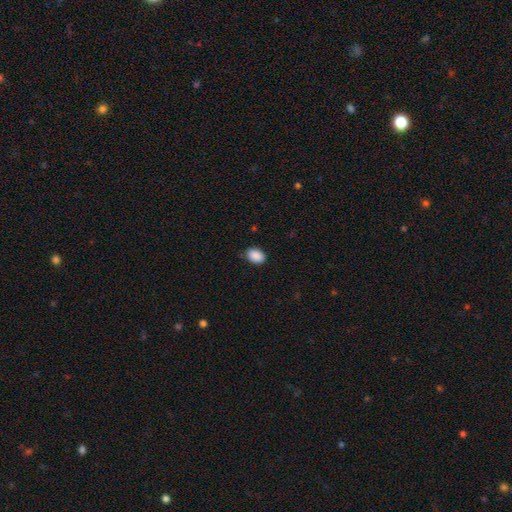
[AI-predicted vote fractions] The model was most divided on "how rounded": in between: 82%, round: 17%, cigar-shaped: 1%. More confident: smooth or featured — smooth (90%); merging — none (84%).